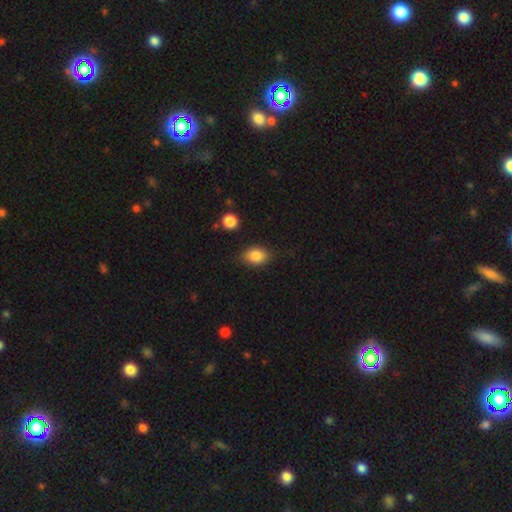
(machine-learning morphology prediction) smooth-or-featured: smooth: 84% | star or artifact: 8% | featured or disk: 8%
  how-rounded: in between: 75% | round: 23% | cigar-shaped: 1%
  merging: none: 78% | minor disturbance: 16% | major disturbance: 4% | merger: 2%